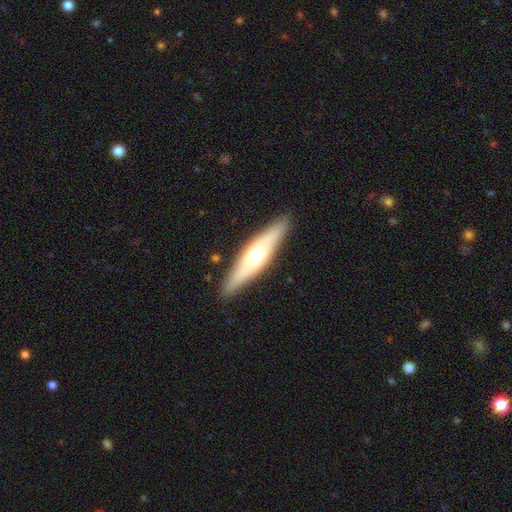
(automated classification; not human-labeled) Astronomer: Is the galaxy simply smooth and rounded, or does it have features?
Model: featured or disk — 52% (runner-up: smooth, 43%).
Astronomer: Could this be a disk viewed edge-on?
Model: yes — 86%.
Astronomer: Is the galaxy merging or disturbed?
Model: none — 88%.